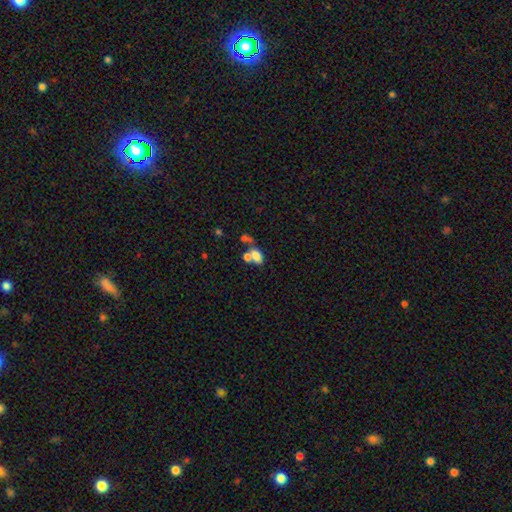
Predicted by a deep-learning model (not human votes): smooth 74%, featured or disk 15%, star or artifact 12%. Down the decision tree: how rounded — in between (85%); merging — merger (51%).